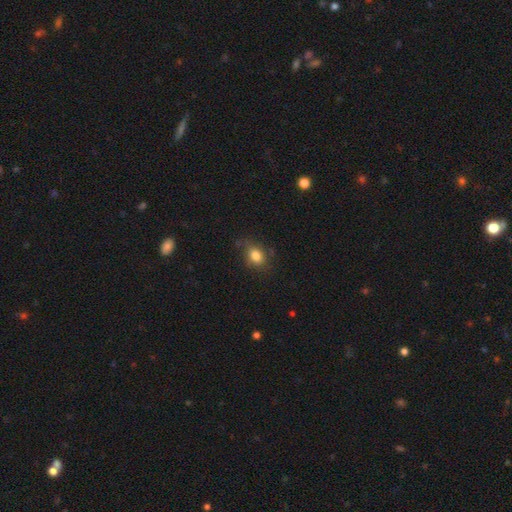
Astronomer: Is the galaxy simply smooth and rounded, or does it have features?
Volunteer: smooth — 80%.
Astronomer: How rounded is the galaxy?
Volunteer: in between — 66%.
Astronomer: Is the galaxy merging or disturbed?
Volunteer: none — 65%.